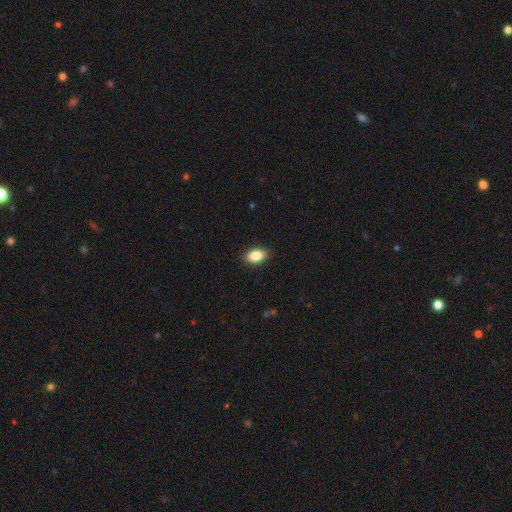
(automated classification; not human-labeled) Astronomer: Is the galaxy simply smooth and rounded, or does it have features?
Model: smooth — 87%.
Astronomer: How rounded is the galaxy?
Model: in between — 91%.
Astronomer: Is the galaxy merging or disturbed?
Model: none — 90%.